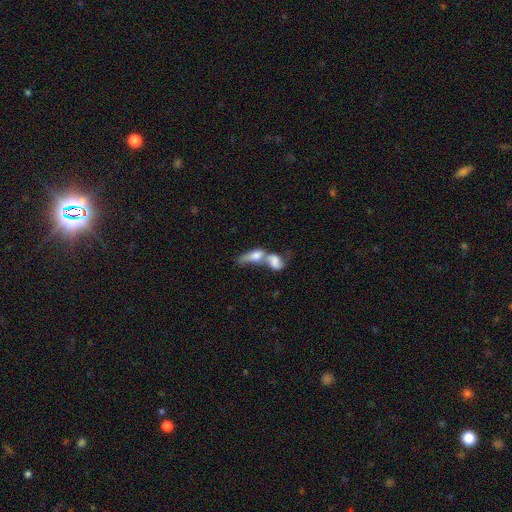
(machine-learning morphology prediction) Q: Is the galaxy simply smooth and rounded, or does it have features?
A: smooth — 66%.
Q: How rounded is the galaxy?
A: in between — 74%.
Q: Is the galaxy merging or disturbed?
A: merger — 79%.